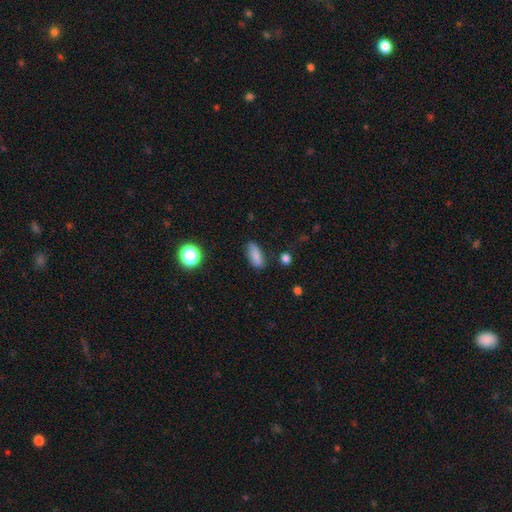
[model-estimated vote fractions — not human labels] A smooth galaxy with no disk features (83%) that is in between round and cigar-shaped (80%). Merging: none (76%).